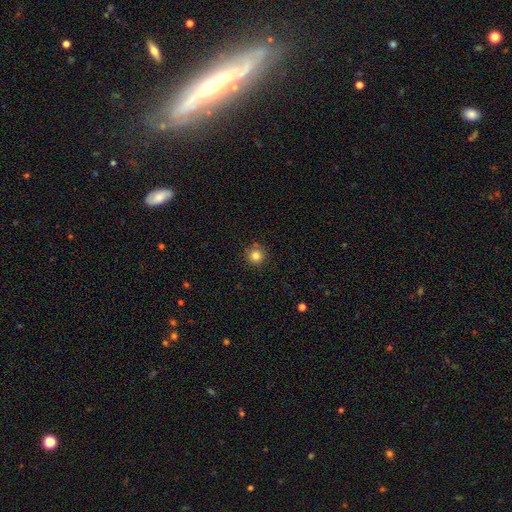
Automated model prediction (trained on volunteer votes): Morphology: type=smooth (82%); roundness=round (95%); merging=none (87%).